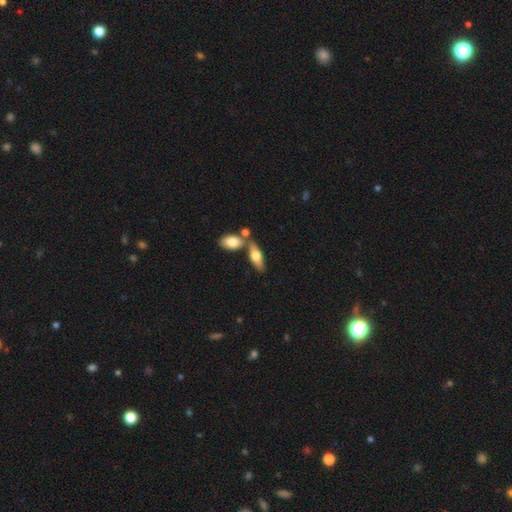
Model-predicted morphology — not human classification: The model was most divided on "smooth or featured": smooth: 58%, featured or disk: 36%, star or artifact: 6%. More confident: how rounded — in between (65%); merging — none (58%).